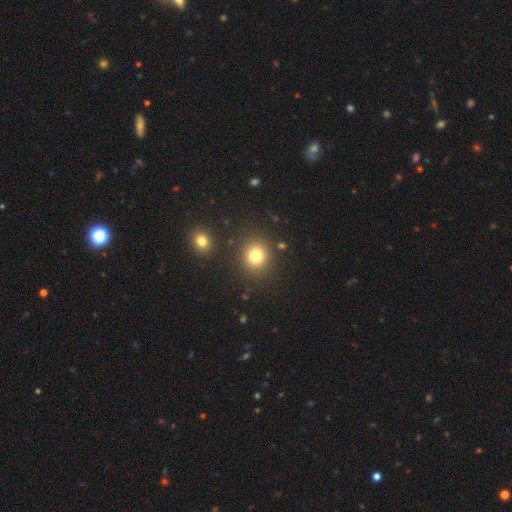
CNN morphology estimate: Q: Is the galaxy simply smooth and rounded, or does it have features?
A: smooth — 79%.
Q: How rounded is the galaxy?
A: round — 88%.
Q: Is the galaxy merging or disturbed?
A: none — 86%.